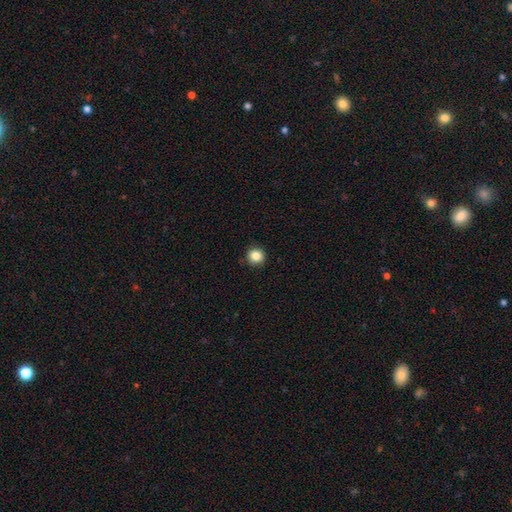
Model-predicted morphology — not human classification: A smooth galaxy with no disk features (85%) that is round (93%).

Vote fractions:
- Smooth or featured? smooth: 85% / star or artifact: 11% / featured or disk: 4%
- How rounded? round: 93% / in between: 6% / cigar-shaped: 1%
- Merging? none: 90% / minor disturbance: 7% / major disturbance: 2% / merger: 1%